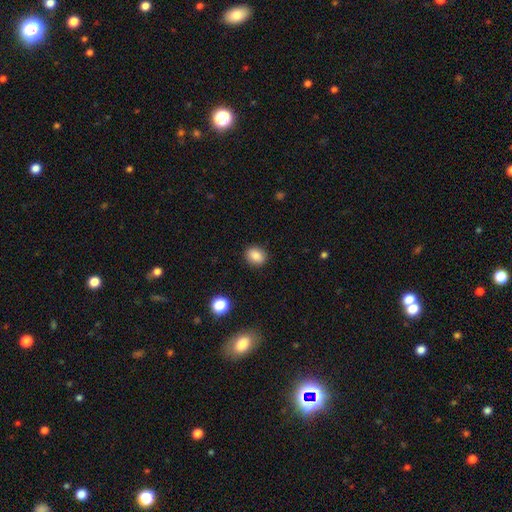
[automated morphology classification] This is clearly a smooth galaxy (85%). How rounded: possibly round (56%). Merging: clearly none (89%).